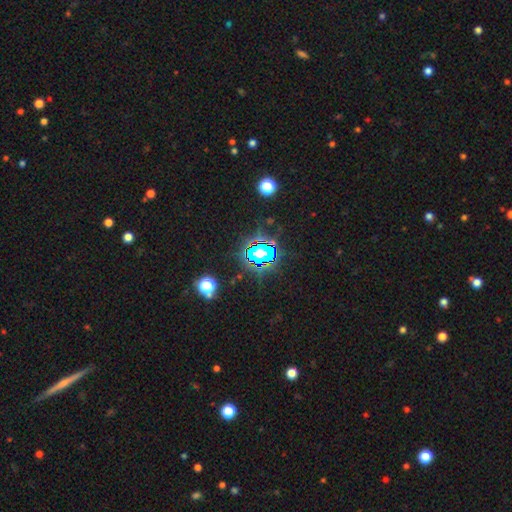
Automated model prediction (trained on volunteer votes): This is likely a star or artifact rather than a galaxy (74%).